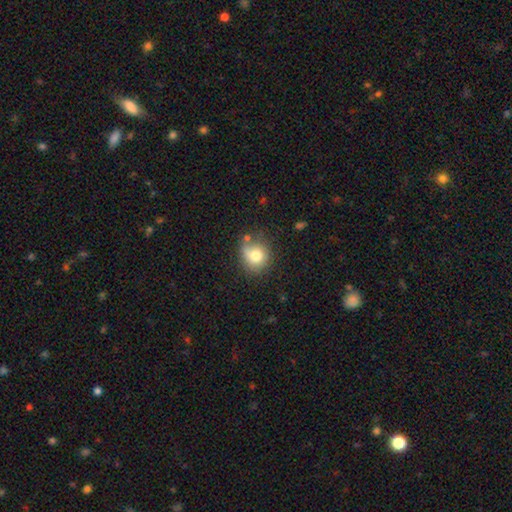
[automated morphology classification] Overall: smooth (76%). How rounded: round (81%). Merging: none (58%; minor disturbance 24%).